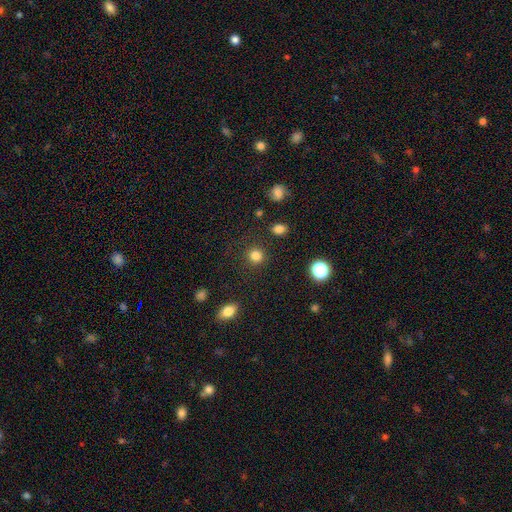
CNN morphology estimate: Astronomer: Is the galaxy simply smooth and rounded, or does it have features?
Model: smooth — 83%.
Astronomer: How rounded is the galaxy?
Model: round — 91%.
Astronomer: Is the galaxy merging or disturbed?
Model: none — 89%.